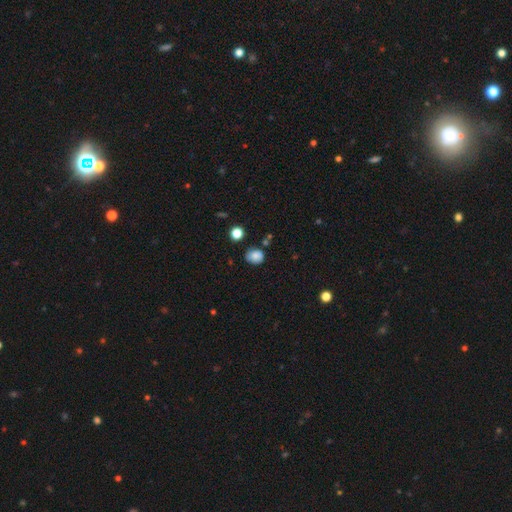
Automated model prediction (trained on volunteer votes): smooth 82%, star or artifact 11%, featured or disk 7%. Down the decision tree: how rounded — round (61%); merging — none (69%).